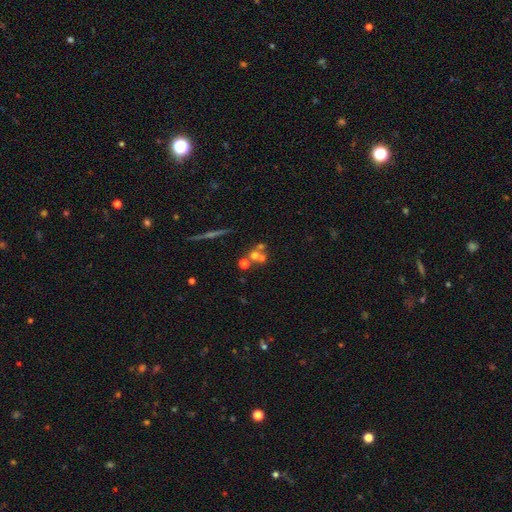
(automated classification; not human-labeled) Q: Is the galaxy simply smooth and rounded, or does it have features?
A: smooth — 48%.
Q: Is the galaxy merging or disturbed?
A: merger — 50%.